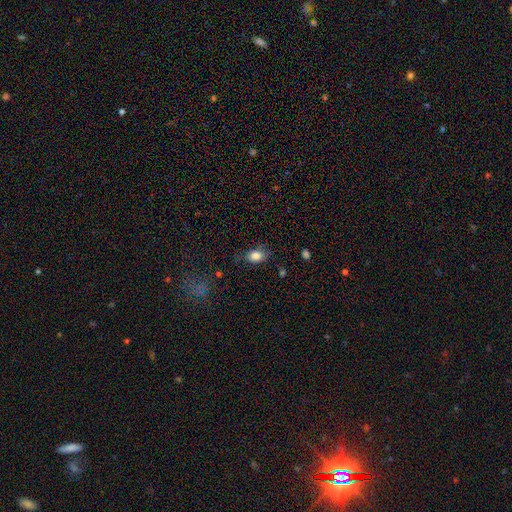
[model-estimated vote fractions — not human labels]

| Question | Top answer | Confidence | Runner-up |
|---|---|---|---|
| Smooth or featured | smooth | 84% | star or artifact (9%) |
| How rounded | in between | 76% | round (22%) |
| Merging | none | 70% | minor disturbance (22%) |